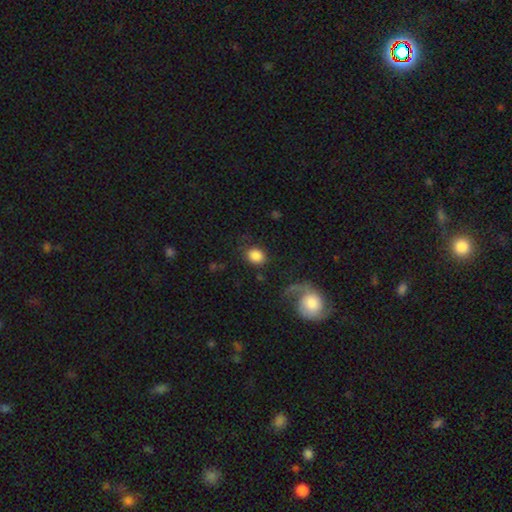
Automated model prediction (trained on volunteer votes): A smooth galaxy with no disk features (84%) that is round (61%).

Vote fractions:
- Smooth or featured? smooth: 84% / star or artifact: 8% / featured or disk: 8%
- How rounded? round: 61% / in between: 38% / cigar-shaped: 1%
- Merging? none: 76% / minor disturbance: 12% / major disturbance: 8% / merger: 4%